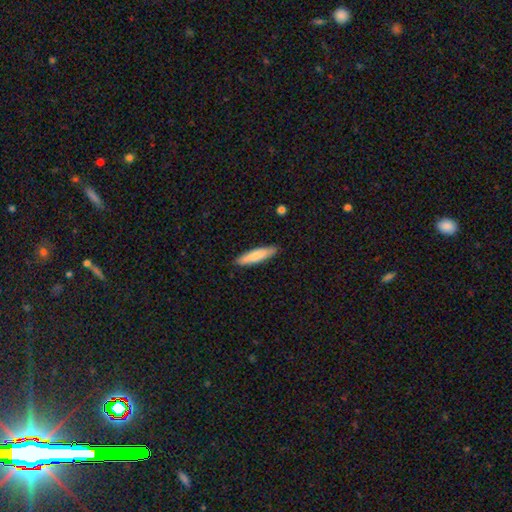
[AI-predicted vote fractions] A smooth galaxy with no disk features (78%) that is cigar-shaped (81%). Merging: none (89%).